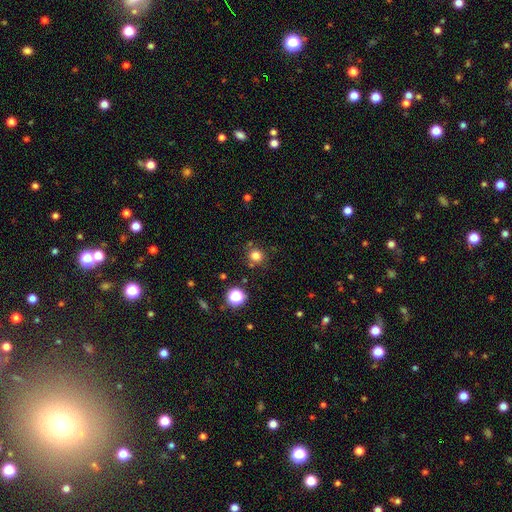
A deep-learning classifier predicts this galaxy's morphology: The model was most divided on "smooth or featured": smooth: 78%, star or artifact: 16%, featured or disk: 5%. More confident: how rounded — round (91%); merging — none (82%).